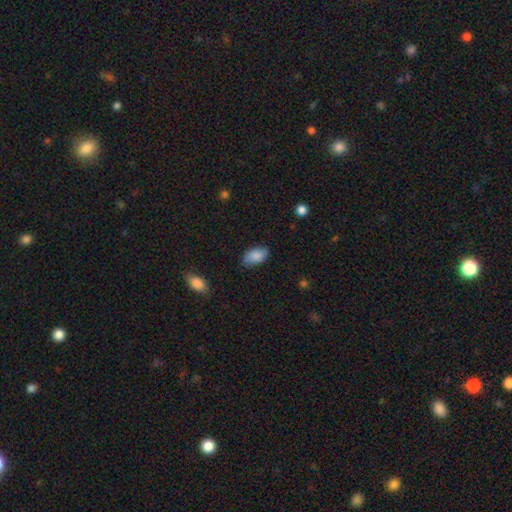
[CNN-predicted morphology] smooth_or_featured: smooth (p=0.86) [alt: featured or disk p=0.07]
how_rounded: in between (p=0.93) [alt: round p=0.05]
merging: none (p=0.79) [alt: minor disturbance p=0.17]